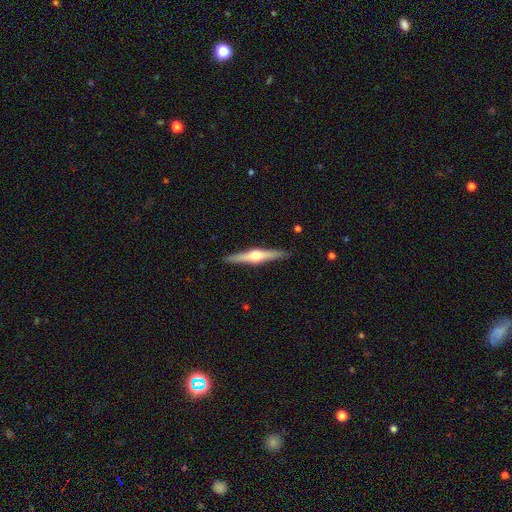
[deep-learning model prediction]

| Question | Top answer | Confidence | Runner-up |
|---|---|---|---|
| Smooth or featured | featured or disk | 72% | smooth (23%) |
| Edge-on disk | yes | 98% | no (2%) |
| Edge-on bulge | rounded | 95% | boxy (3%) |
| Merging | none | 90% | minor disturbance (7%) |